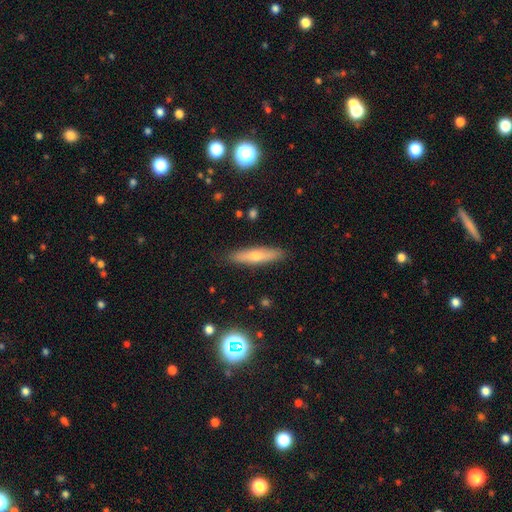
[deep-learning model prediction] Smooth or featured: smooth — 53% (featured or disk — 39%)
How rounded: cigar-shaped — 78% (in between — 20%)
Merging: none — 89% (minor disturbance — 8%)